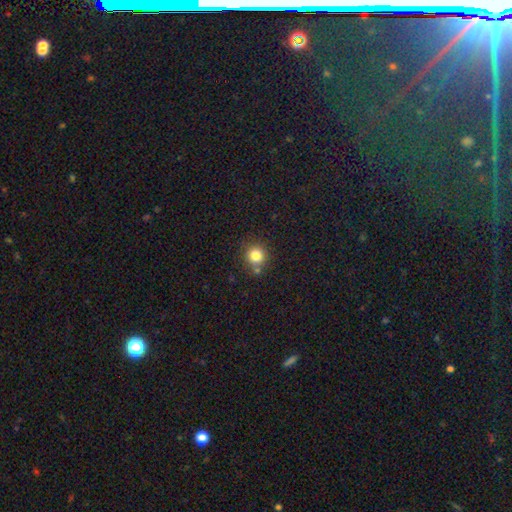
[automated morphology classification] Smooth or featured?
  - smooth: 82% *
  - star or artifact: 13%
  - featured or disk: 6%
How rounded?
  - round: 92% *
  - in between: 7%
  - cigar-shaped: 1%
Merging?
  - none: 78% *
  - merger: 10%
  - minor disturbance: 9%
  - major disturbance: 3%